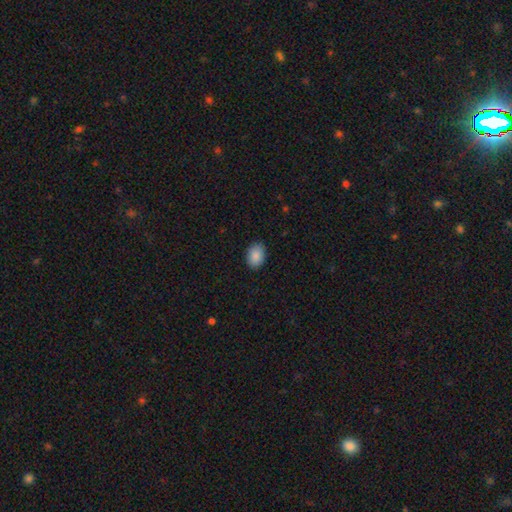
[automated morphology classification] The model was most divided on "how rounded": in between: 78%, round: 21%, cigar-shaped: 1%. More confident: smooth or featured — smooth (89%); merging — none (88%).